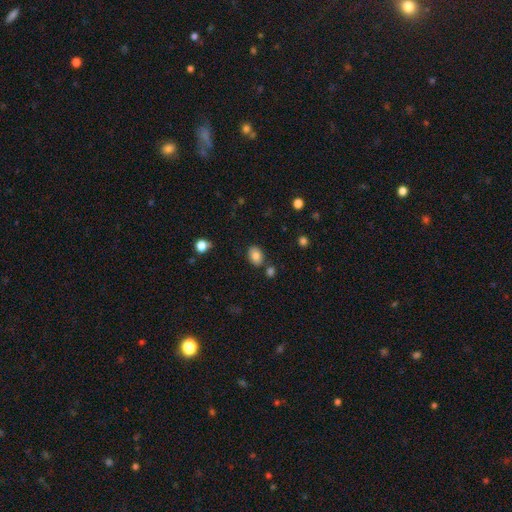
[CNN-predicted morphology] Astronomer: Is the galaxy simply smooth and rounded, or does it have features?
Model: smooth — 83%.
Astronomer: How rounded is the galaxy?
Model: in between — 77%.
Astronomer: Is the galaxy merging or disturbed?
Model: none — 81%.